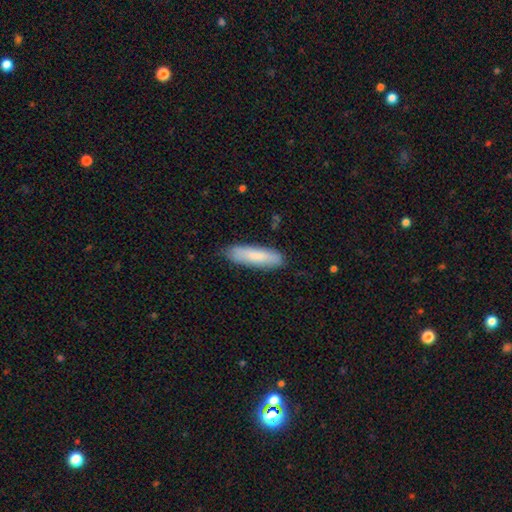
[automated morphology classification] Smooth or featured? Predicted: smooth (p=0.81). How rounded? Predicted: cigar-shaped (p=0.68). Merging? Predicted: none (p=0.83).